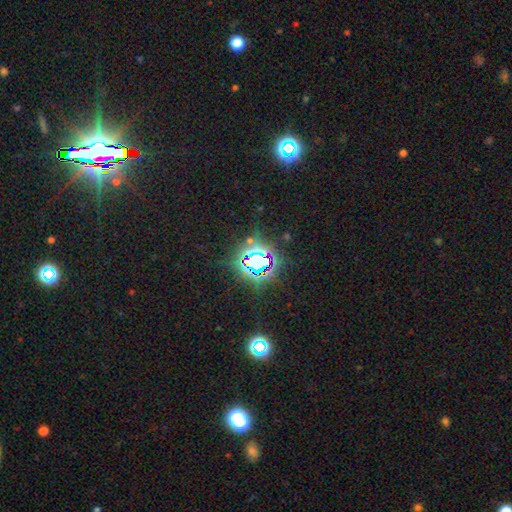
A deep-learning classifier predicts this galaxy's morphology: Smooth or featured? star or artifact (80%)